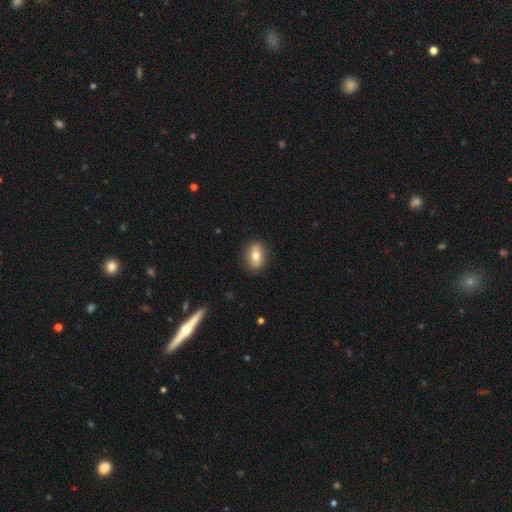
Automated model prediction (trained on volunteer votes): Smooth or featured? smooth (67%)
How rounded? in between (74%)
Merging? none (85%)